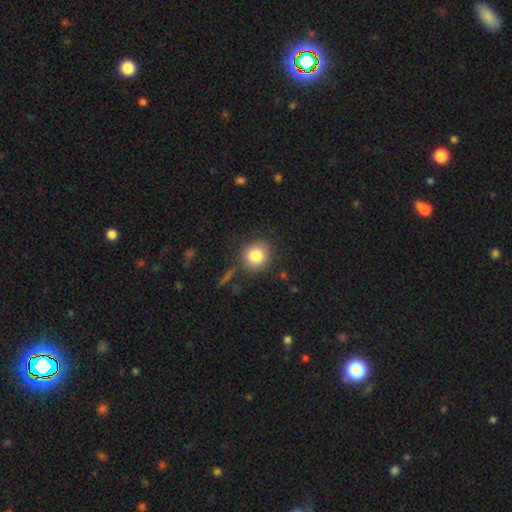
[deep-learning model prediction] Smooth or featured?
  - smooth: 83% *
  - star or artifact: 10%
  - featured or disk: 7%
How rounded?
  - round: 87% *
  - in between: 12%
  - cigar-shaped: 1%
Merging?
  - none: 84% *
  - minor disturbance: 9%
  - merger: 3%
  - major disturbance: 3%